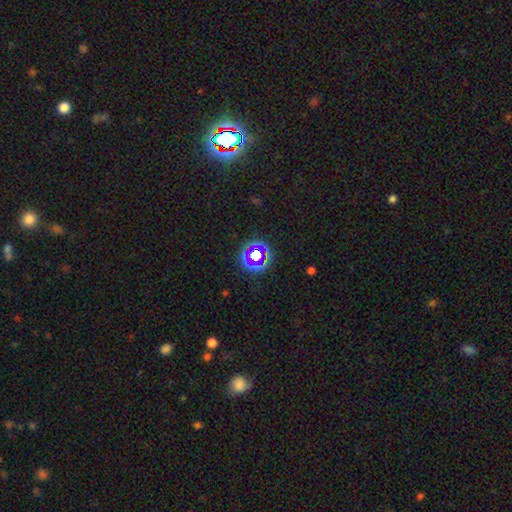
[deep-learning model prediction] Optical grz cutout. It shows a star or artifact, not a galaxy (59%).